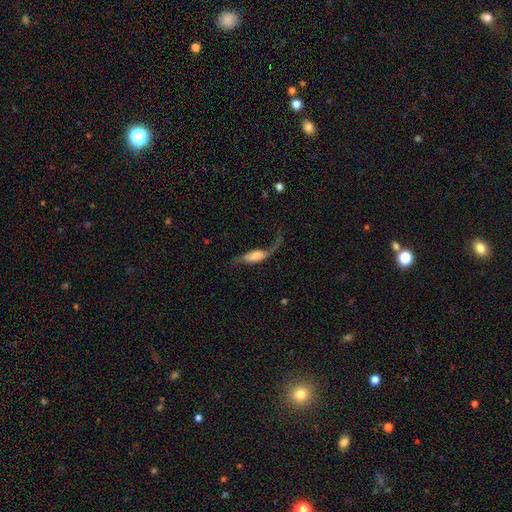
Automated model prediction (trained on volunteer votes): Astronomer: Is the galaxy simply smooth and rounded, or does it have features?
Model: featured or disk — 58% (runner-up: smooth, 34%).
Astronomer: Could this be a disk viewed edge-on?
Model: no — 79%.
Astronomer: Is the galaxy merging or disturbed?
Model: none — 40% (runner-up: major disturbance, 36%).